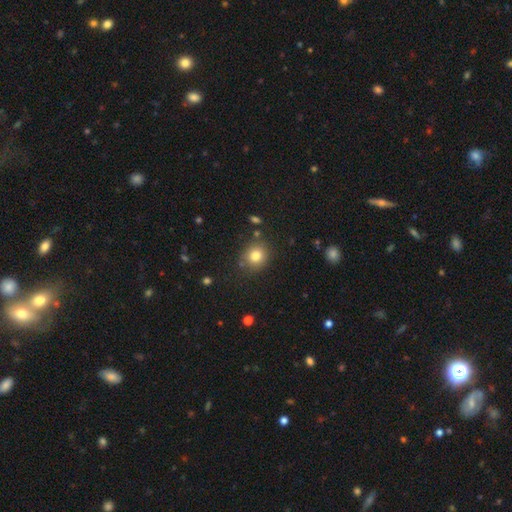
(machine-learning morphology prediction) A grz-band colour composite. It shows a smooth galaxy with no disk features (80%) that is round (77%). Merging: none (82%).